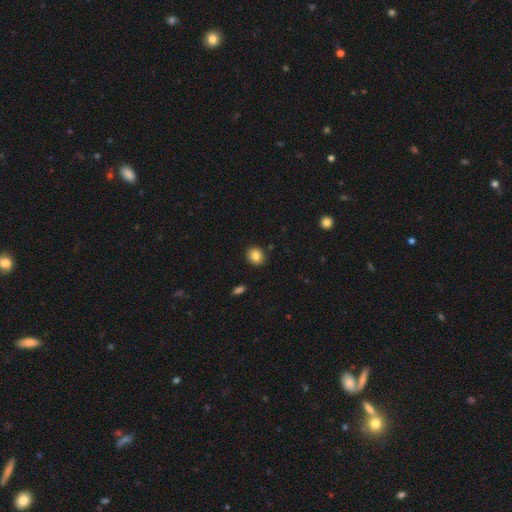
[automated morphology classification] Q: Smooth or featured?
A: smooth (84%); runner-up: star or artifact (9%)
Q: How rounded?
A: round (74%); runner-up: in between (25%)
Q: Merging?
A: none (89%); runner-up: minor disturbance (7%)